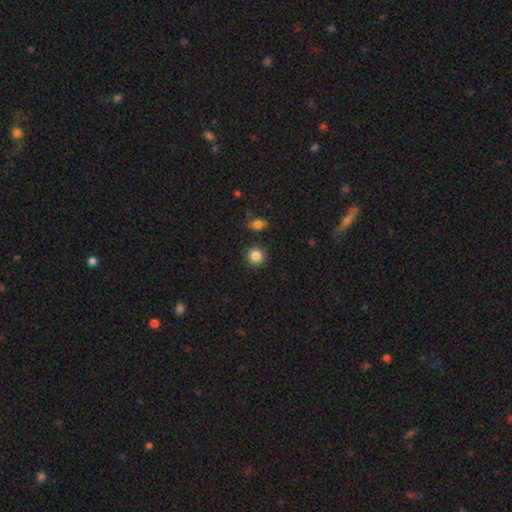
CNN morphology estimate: This appears to be a smooth galaxy with no disk features (86%) that is round (93%). Merging: none (89%).